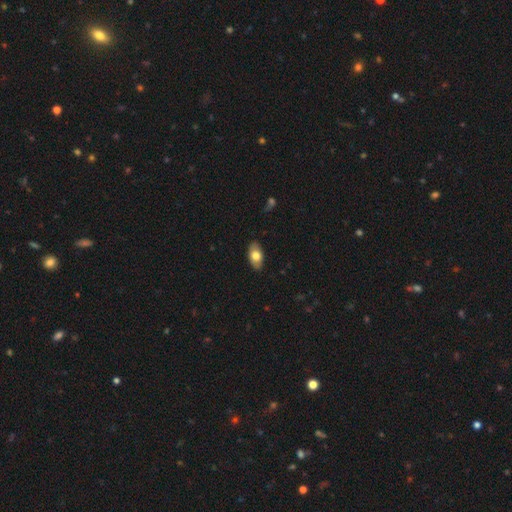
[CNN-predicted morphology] This is likely a smooth galaxy (73%). How rounded: clearly in between (93%). Merging: clearly none (86%).